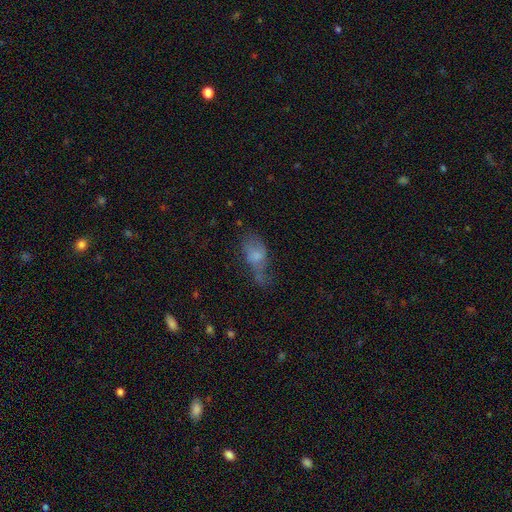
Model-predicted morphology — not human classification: Smooth or featured?
  - smooth: 57% *
  - featured or disk: 31%
  - star or artifact: 12%
How rounded?
  - in between: 84% *
  - round: 9%
  - cigar-shaped: 7%
Merging?
  - major disturbance: 35% *
  - none: 28%
  - minor disturbance: 26%
  - merger: 10%